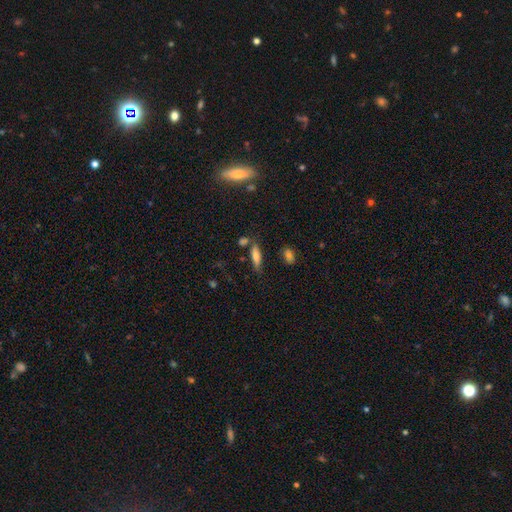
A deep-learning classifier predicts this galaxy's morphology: Overall: smooth (68%). How rounded: cigar-shaped (62%; in between 36%). Merging: none (68%).